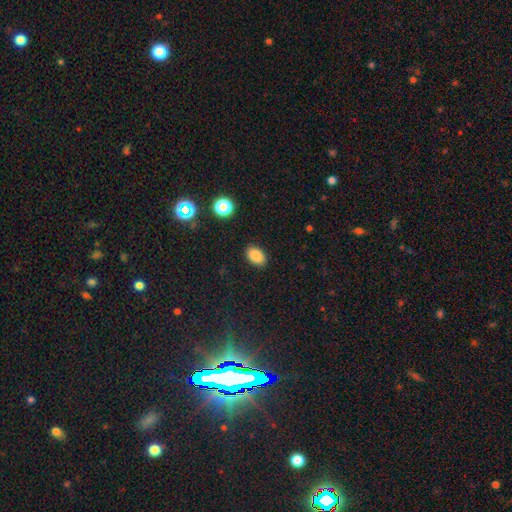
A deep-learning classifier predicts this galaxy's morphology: The model was most divided on "how rounded": in between: 86%, round: 12%, cigar-shaped: 1%. More confident: merging — none (88%); smooth or featured — smooth (86%).